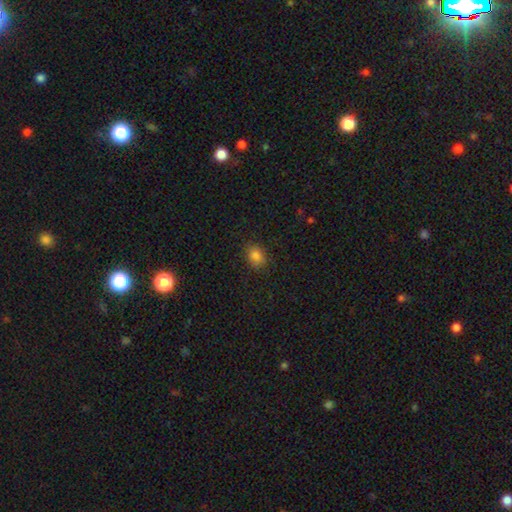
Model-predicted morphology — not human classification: Q: Smooth or featured?
A: smooth (83%); runner-up: star or artifact (12%)
Q: How rounded?
A: in between (61%); runner-up: round (37%)
Q: Merging?
A: none (83%); runner-up: minor disturbance (12%)